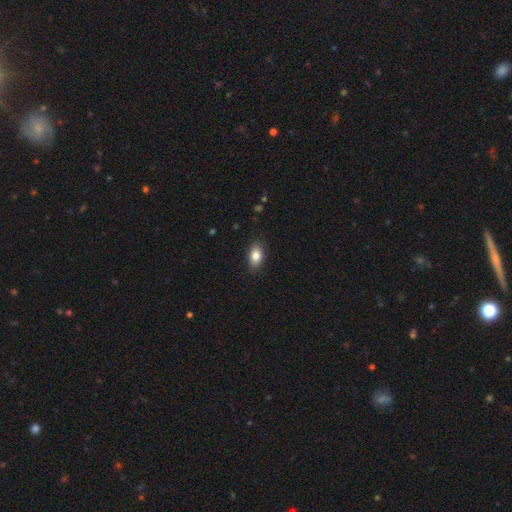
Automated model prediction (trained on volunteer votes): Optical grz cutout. It shows a smooth galaxy with no disk features (83%) that is in between round and cigar-shaped (86%). Merging: none (85%).